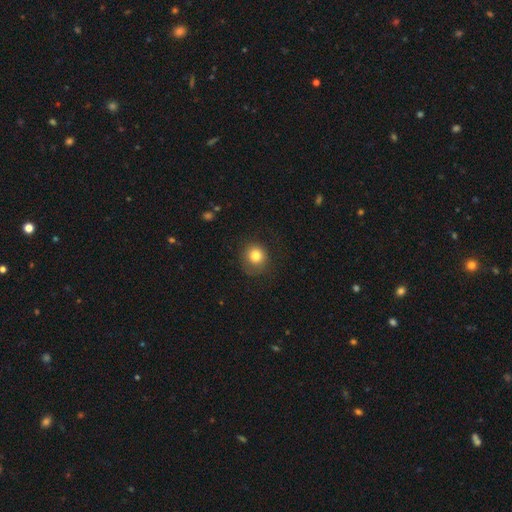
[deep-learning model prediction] smooth_or_featured: smooth (p=0.80) [alt: star or artifact p=0.11]
how_rounded: round (p=0.87) [alt: in between p=0.12]
merging: none (p=0.77) [alt: minor disturbance p=0.15]